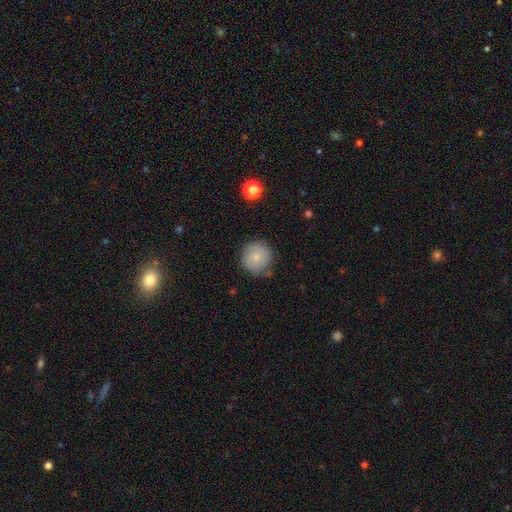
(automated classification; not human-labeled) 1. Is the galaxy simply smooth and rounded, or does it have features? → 77% smooth, 15% featured or disk, 8% star or artifact.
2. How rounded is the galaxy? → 94% round, 5% in between, 1% cigar-shaped.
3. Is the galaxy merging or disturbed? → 76% none, 18% minor disturbance, 4% major disturbance, 2% merger.